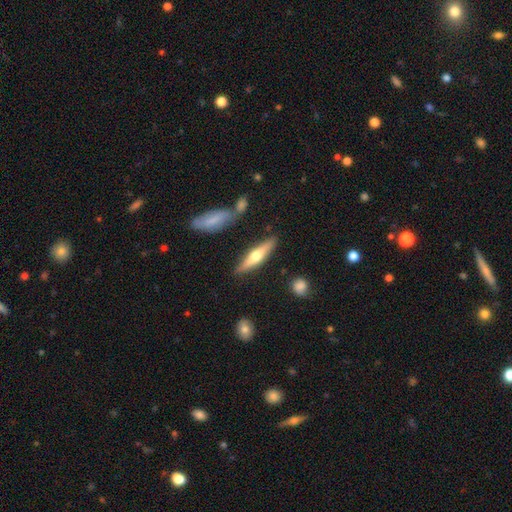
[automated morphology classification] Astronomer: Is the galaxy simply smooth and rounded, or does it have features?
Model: featured or disk — 52% (runner-up: smooth, 42%).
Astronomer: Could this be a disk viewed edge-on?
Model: yes — 93%.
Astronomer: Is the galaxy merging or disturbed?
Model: none — 82%.